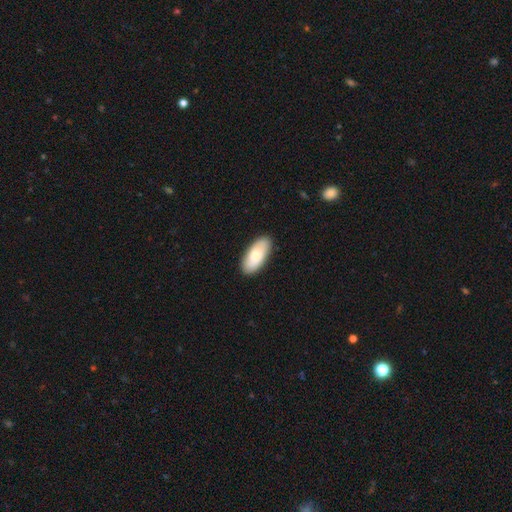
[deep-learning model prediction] Smooth or featured: smooth — 78% (featured or disk — 17%)
How rounded: in between — 89% (cigar-shaped — 9%)
Merging: none — 89% (minor disturbance — 8%)